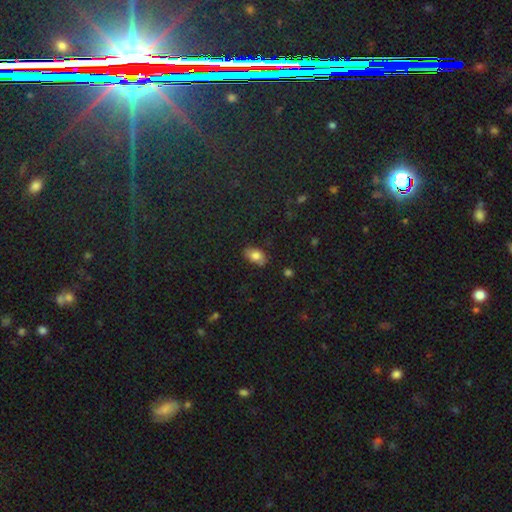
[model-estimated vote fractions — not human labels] smooth-or-featured: smooth: 79% | featured or disk: 11% | star or artifact: 9%
  how-rounded: in between: 89% | round: 9% | cigar-shaped: 2%
  merging: none: 74% | minor disturbance: 19% | major disturbance: 4% | merger: 3%